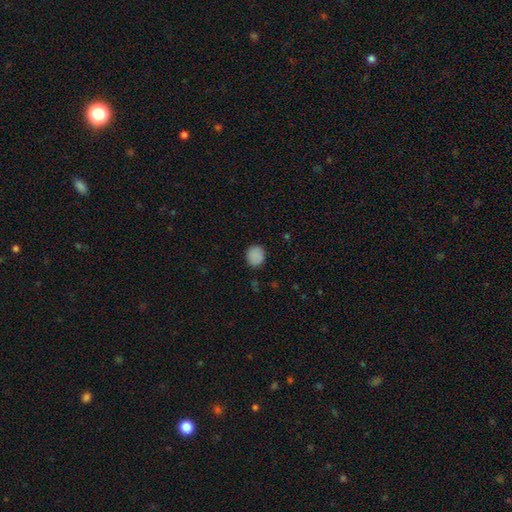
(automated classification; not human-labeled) Q: Smooth or featured?
A: smooth (86%); runner-up: star or artifact (9%)
Q: How rounded?
A: round (77%); runner-up: in between (22%)
Q: Merging?
A: none (84%); runner-up: minor disturbance (12%)